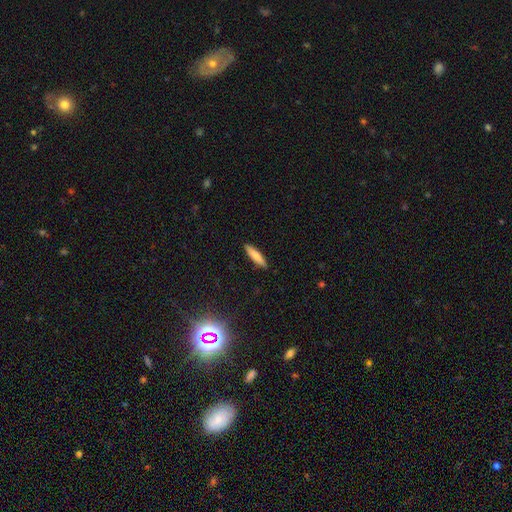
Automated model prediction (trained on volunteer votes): Q: Smooth or featured?
A: smooth (74%); runner-up: featured or disk (18%)
Q: How rounded?
A: cigar-shaped (80%); runner-up: in between (18%)
Q: Merging?
A: none (90%); runner-up: minor disturbance (7%)